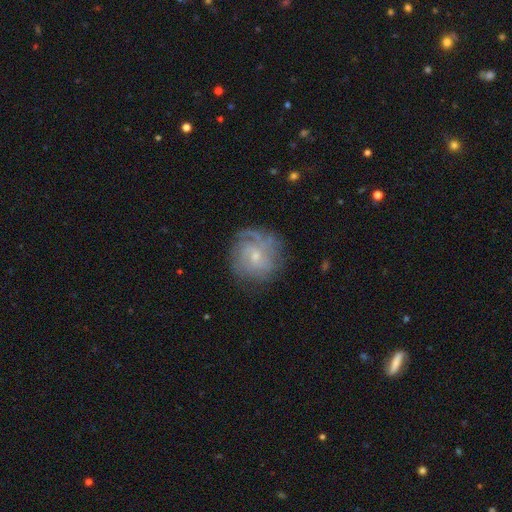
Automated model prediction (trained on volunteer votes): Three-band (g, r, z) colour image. It shows a featured or disk galaxy (72%) with no bar (66%), tight (61%) spiral arms (89%) and a small central bulge (64%). Merging: none (72%).